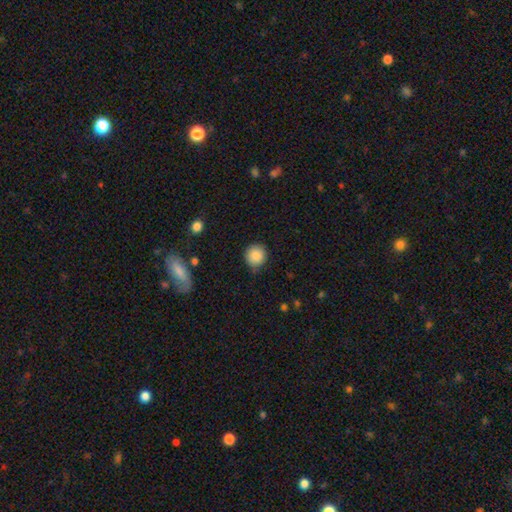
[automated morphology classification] type=smooth (87%); roundness=round (91%); merging=none (82%).